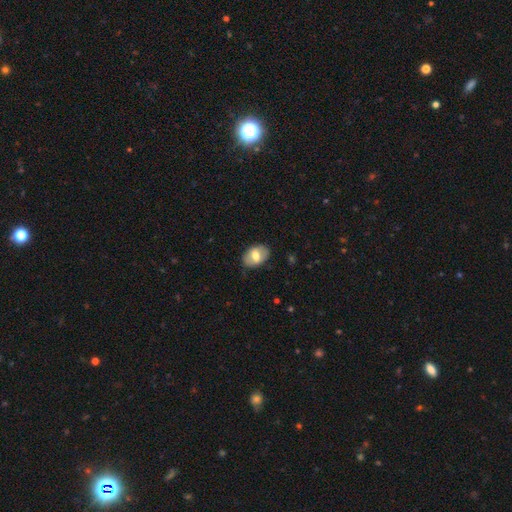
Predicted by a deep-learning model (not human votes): Q: Smooth or featured?
A: smooth (63%); runner-up: featured or disk (30%)
Q: How rounded?
A: in between (85%); runner-up: round (14%)
Q: Merging?
A: none (82%); runner-up: minor disturbance (14%)